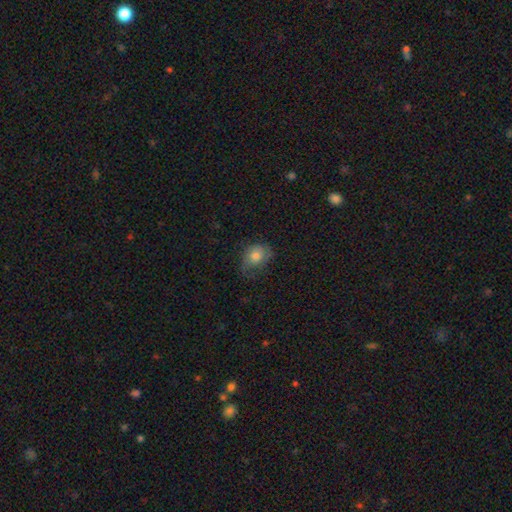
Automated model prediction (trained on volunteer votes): Smooth or featured?
  - smooth: 70% *
  - featured or disk: 22%
  - star or artifact: 9%
How rounded?
  - in between: 51% *
  - round: 48%
  - cigar-shaped: 1%
Merging?
  - none: 47% *
  - minor disturbance: 32%
  - major disturbance: 20%
  - merger: 1%